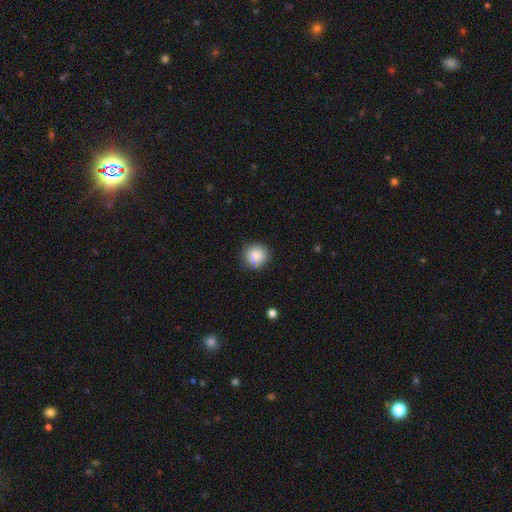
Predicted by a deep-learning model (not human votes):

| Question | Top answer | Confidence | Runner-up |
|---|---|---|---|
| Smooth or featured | smooth | 86% | star or artifact (9%) |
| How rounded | round | 88% | in between (11%) |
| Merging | none | 82% | minor disturbance (13%) |